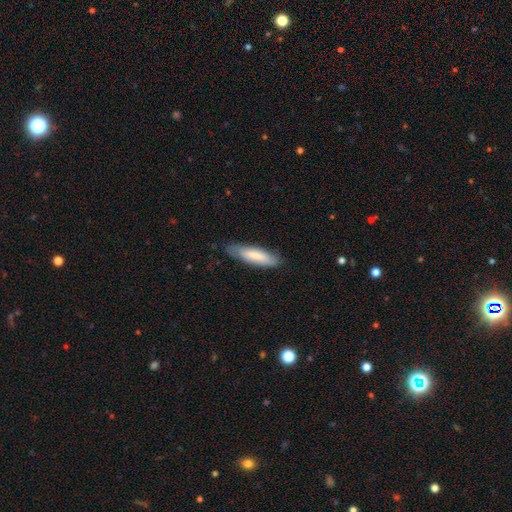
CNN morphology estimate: smooth-or-featured: smooth: 77% | featured or disk: 18% | star or artifact: 5%
  how-rounded: cigar-shaped: 62% | in between: 36% | round: 1%
  merging: none: 76% | minor disturbance: 19% | major disturbance: 4% | merger: 1%